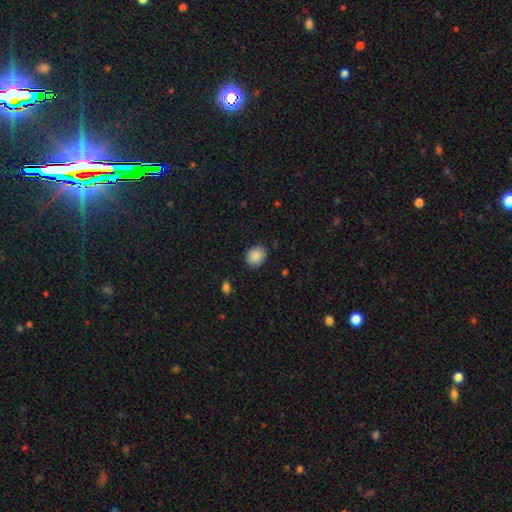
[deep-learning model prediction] smooth 88%, star or artifact 8%, featured or disk 4%. Down the decision tree: how rounded — round (57%); merging — none (87%).